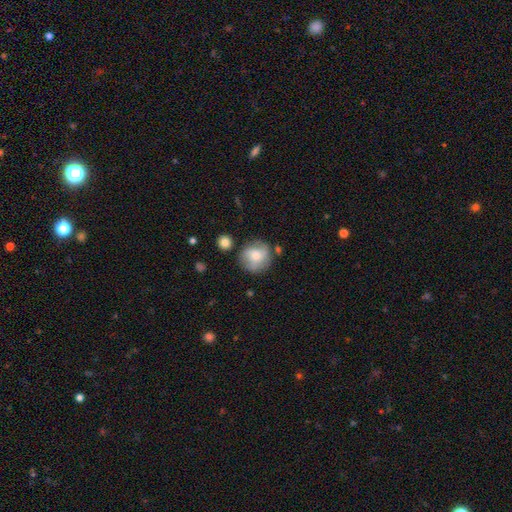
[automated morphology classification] Smooth or featured? smooth (58%)
How rounded? round (87%)
Merging? none (68%)